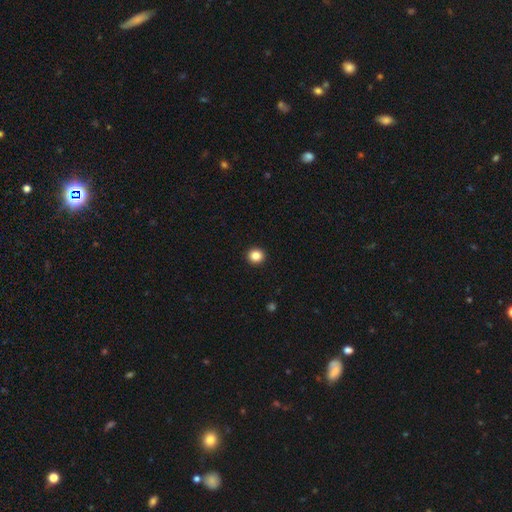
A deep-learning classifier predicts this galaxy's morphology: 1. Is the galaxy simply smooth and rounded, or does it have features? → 86% smooth, 11% star or artifact, 4% featured or disk.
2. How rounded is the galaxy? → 91% round, 8% in between, 1% cigar-shaped.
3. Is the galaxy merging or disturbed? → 94% none, 4% minor disturbance, 1% major disturbance, 1% merger.